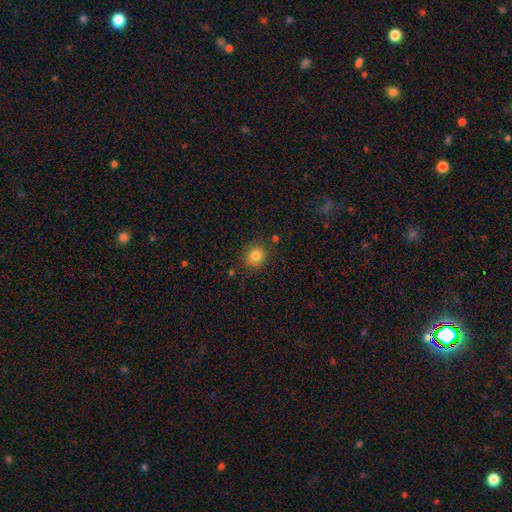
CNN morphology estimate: smooth-or-featured: smooth: 83% | star or artifact: 11% | featured or disk: 7%
  how-rounded: round: 76% | in between: 23% | cigar-shaped: 1%
  merging: none: 82% | minor disturbance: 12% | major disturbance: 3% | merger: 3%